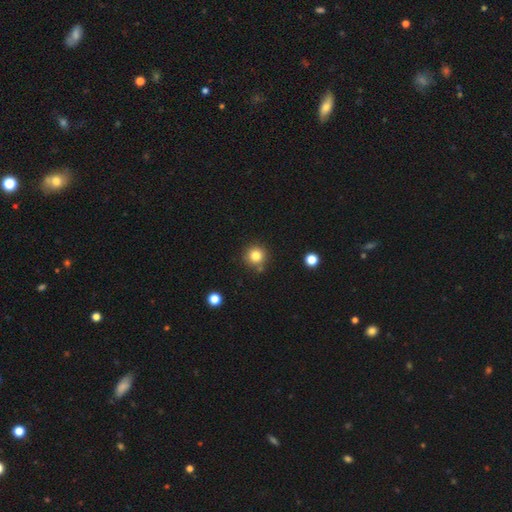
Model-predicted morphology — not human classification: A smooth galaxy with no disk features (82%) that is round (94%).

Vote fractions:
- Smooth or featured? smooth: 82% / star or artifact: 12% / featured or disk: 6%
- How rounded? round: 94% / in between: 5% / cigar-shaped: 1%
- Merging? none: 81% / minor disturbance: 10% / merger: 7% / major disturbance: 3%